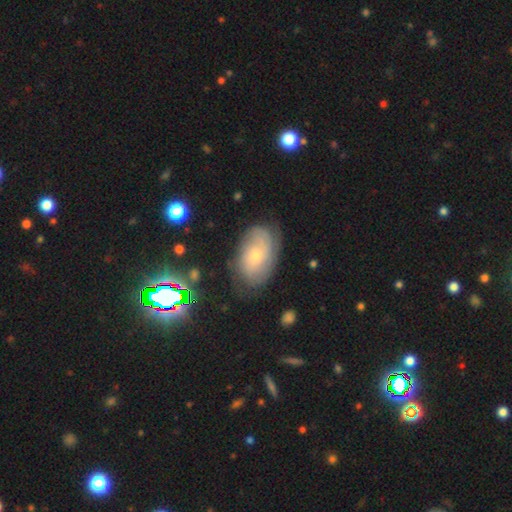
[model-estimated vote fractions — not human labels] featured or disk 53%, smooth 35%, star or artifact 12%. Down the decision tree: edge-on disk — no (94%); merging — none (72%).